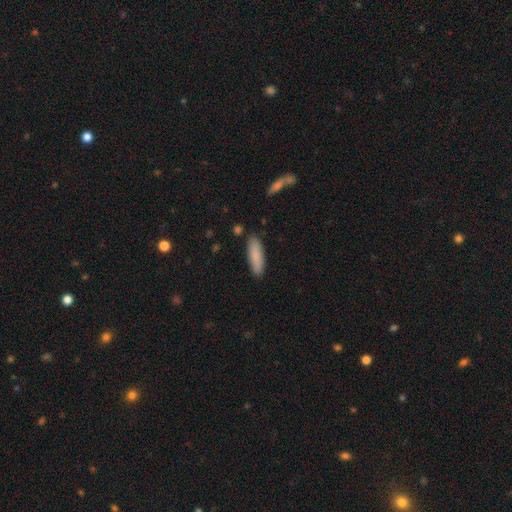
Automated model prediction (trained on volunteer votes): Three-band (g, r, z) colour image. It shows a smooth galaxy with no disk features (86%) that is cigar-shaped (64%). Merging: none (87%).